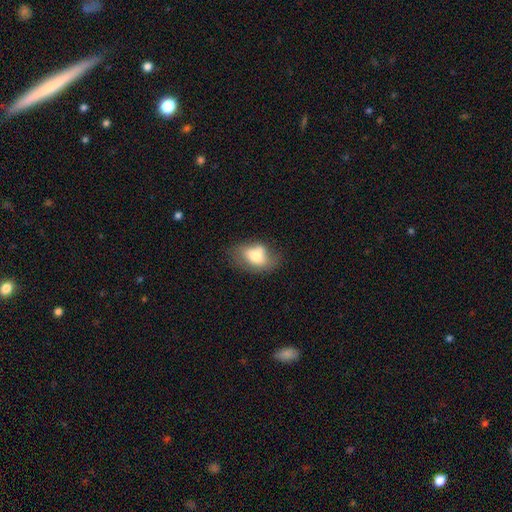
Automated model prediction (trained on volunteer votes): This is likely a smooth galaxy (68%). How rounded: likely in between (78%). Merging: marginally none (44%).